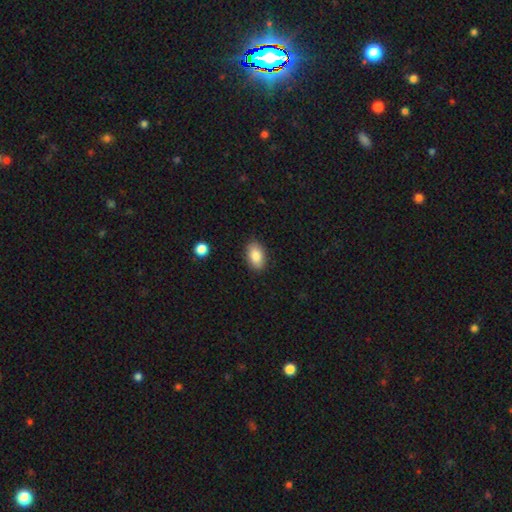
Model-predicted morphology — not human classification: smooth 86%, star or artifact 7%, featured or disk 7%. Down the decision tree: how rounded — in between (91%); merging — none (86%).